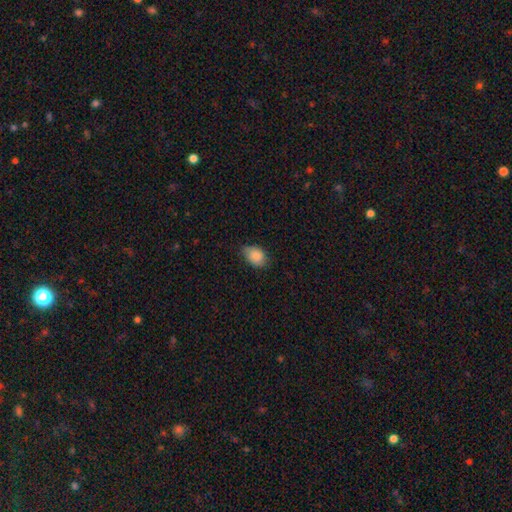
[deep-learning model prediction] smooth 86%, star or artifact 7%, featured or disk 6%. Down the decision tree: how rounded — in between (81%); merging — none (67%).